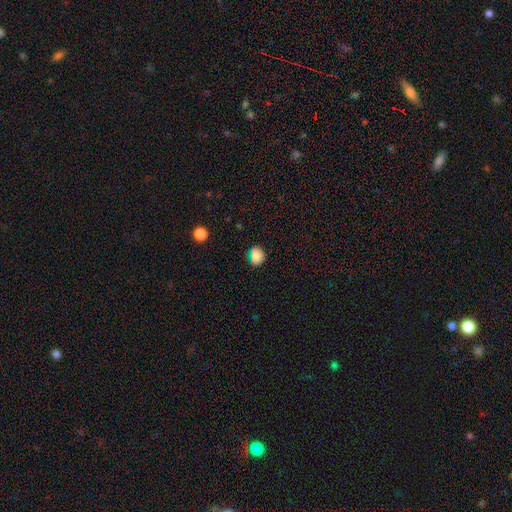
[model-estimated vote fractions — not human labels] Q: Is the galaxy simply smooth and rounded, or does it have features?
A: smooth — 84%.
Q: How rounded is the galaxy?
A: round — 55%.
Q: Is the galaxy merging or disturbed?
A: none — 69%.